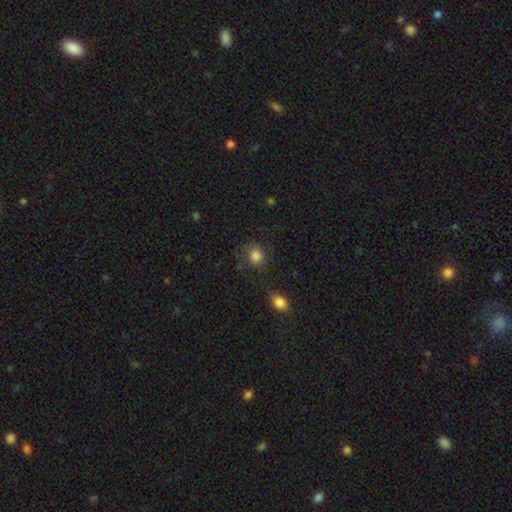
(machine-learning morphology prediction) Smooth or featured? smooth (82%)
How rounded? round (77%)
Merging? none (63%)